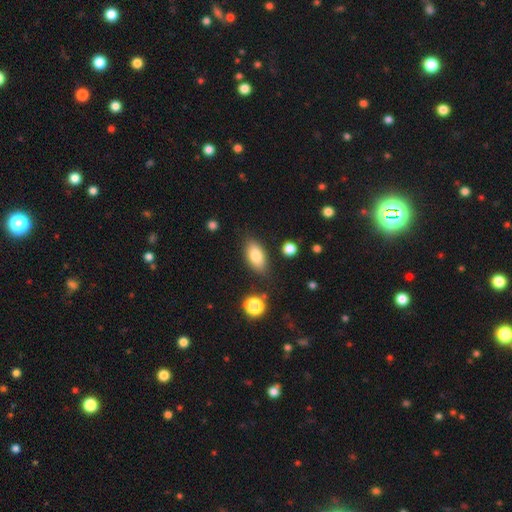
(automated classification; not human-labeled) smooth-or-featured: smooth: 81% | featured or disk: 11% | star or artifact: 8%
  how-rounded: in between: 89% | cigar-shaped: 6% | round: 5%
  merging: none: 81% | minor disturbance: 13% | major disturbance: 3% | merger: 3%